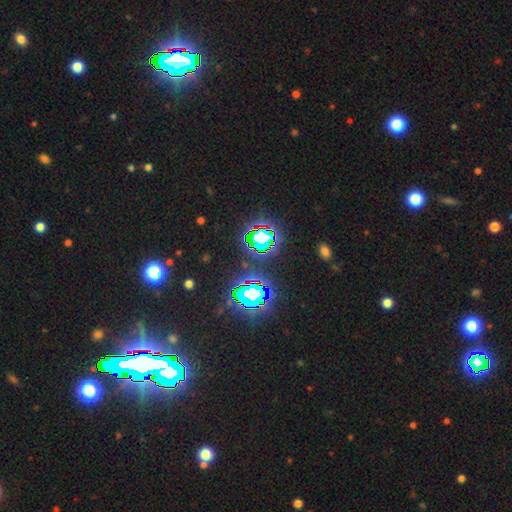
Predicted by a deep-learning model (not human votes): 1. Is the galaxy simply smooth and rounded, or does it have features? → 82% star or artifact, 11% smooth, 7% featured or disk.